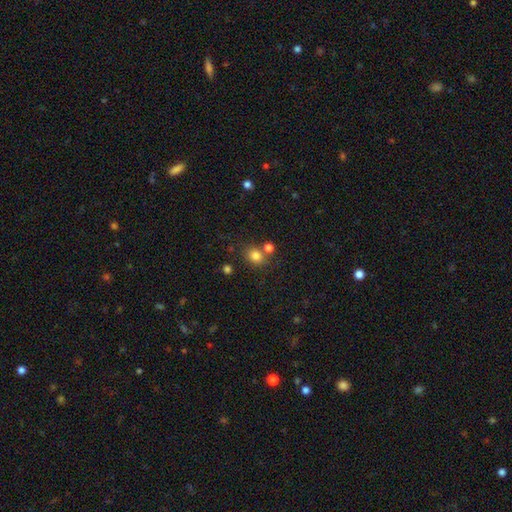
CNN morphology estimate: The model was most divided on "how rounded": round: 67%, in between: 32%, cigar-shaped: 1%. More confident: smooth or featured — smooth (81%); merging — none (68%).